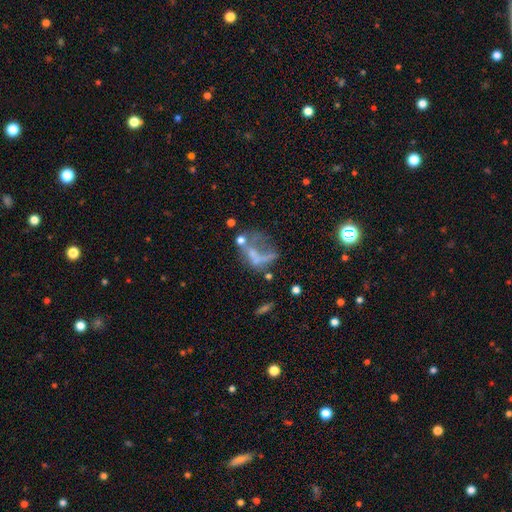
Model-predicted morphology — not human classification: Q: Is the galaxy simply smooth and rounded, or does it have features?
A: featured or disk — 48%.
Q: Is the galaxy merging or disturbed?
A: major disturbance — 42%.